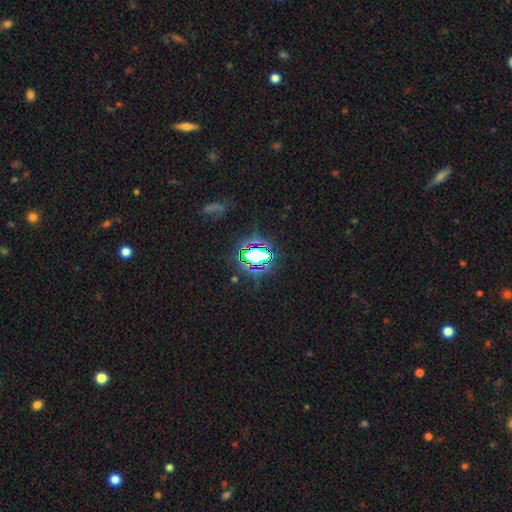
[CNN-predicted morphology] The model was most divided on "smooth or featured": star or artifact: 62%, smooth: 24%, featured or disk: 14%.